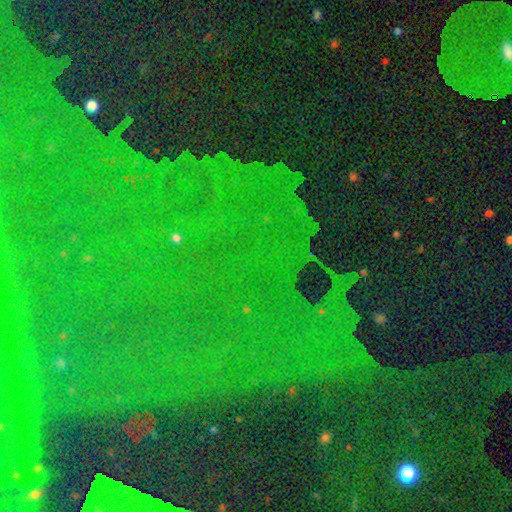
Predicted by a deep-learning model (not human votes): Overall: star or artifact (86%).